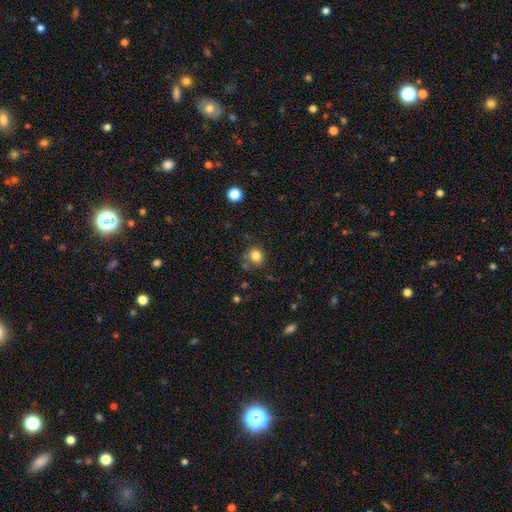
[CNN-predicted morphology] Q: Smooth or featured?
A: smooth (83%); runner-up: star or artifact (11%)
Q: How rounded?
A: round (79%); runner-up: in between (20%)
Q: Merging?
A: none (72%); runner-up: minor disturbance (16%)